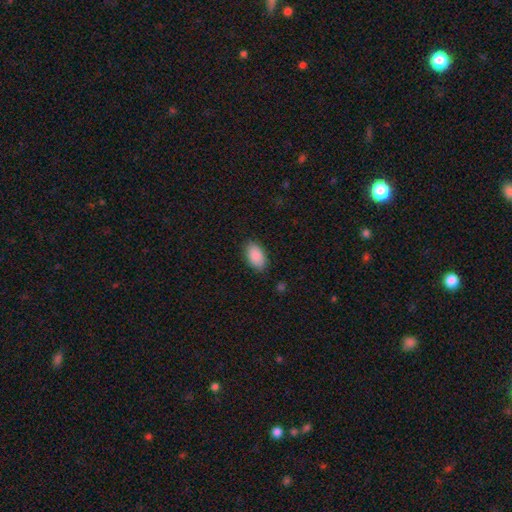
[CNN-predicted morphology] A smooth galaxy with no disk features (90%) that is in between round and cigar-shaped (94%).

Vote fractions:
- Smooth or featured? smooth: 90% / star or artifact: 6% / featured or disk: 4%
- How rounded? in between: 94% / round: 4% / cigar-shaped: 2%
- Merging? none: 85% / minor disturbance: 11% / major disturbance: 3% / merger: 1%